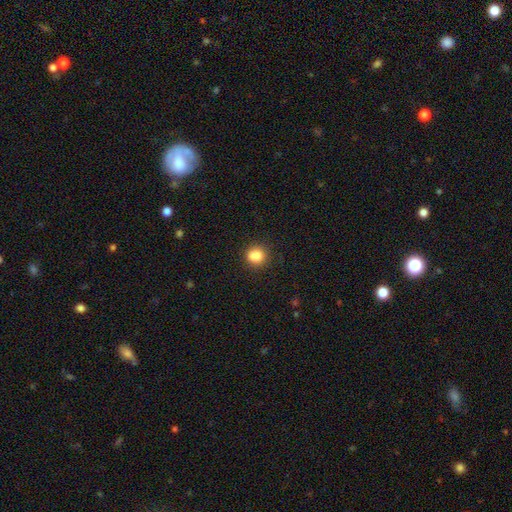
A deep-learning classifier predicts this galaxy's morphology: Smooth or featured: smooth — 85% (star or artifact — 11%)
How rounded: round — 76% (in between — 23%)
Merging: none — 79% (minor disturbance — 13%)